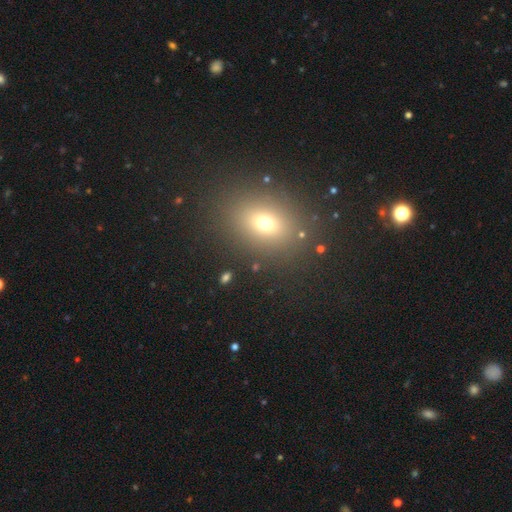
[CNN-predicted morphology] Smooth or featured?
  - smooth: 62% *
  - star or artifact: 28%
  - featured or disk: 10%
How rounded?
  - in between: 59% *
  - round: 39%
  - cigar-shaped: 2%
Merging?
  - none: 88% *
  - minor disturbance: 7%
  - major disturbance: 3%
  - merger: 2%